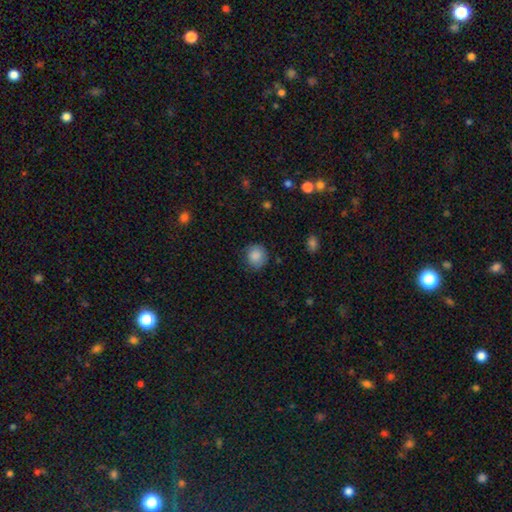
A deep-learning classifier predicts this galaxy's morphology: A smooth galaxy with no disk features (87%) that is round (85%).

Vote fractions:
- Smooth or featured? smooth: 87% / star or artifact: 8% / featured or disk: 5%
- How rounded? round: 85% / in between: 14% / cigar-shaped: 1%
- Merging? none: 78% / minor disturbance: 17% / major disturbance: 4% / merger: 1%